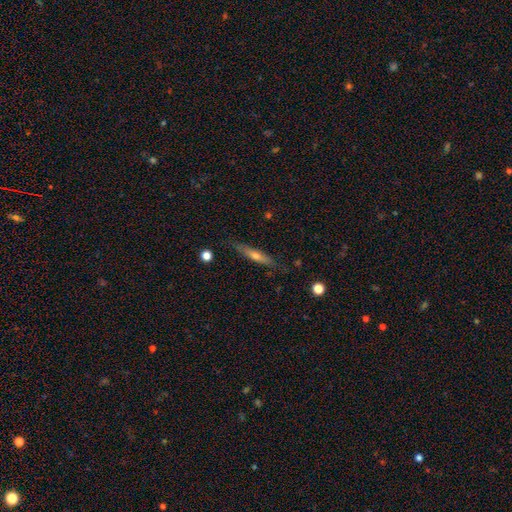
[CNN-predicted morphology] Smooth or featured: featured or disk — 48% (smooth — 45%)
Merging: none — 80% (minor disturbance — 15%)